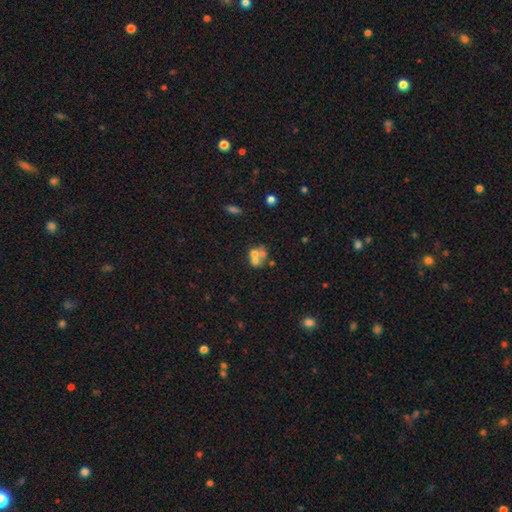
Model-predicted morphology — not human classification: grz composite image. It shows a smooth galaxy with no disk features (50%). Merging: merger (58%).